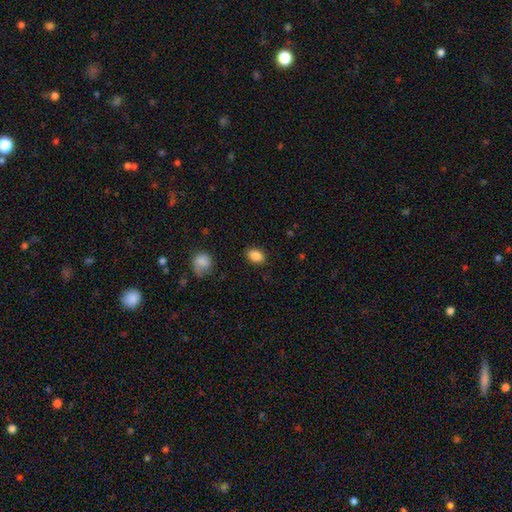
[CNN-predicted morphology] smooth-or-featured: smooth: 88% | star or artifact: 9% | featured or disk: 3%
  how-rounded: in between: 81% | round: 18% | cigar-shaped: 1%
  merging: none: 85% | minor disturbance: 11% | major disturbance: 3% | merger: 1%